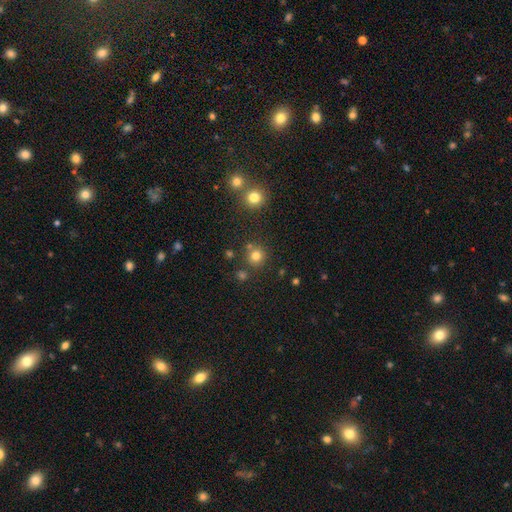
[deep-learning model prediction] The model was most divided on "smooth or featured": smooth: 78%, star or artifact: 16%, featured or disk: 7%. More confident: how rounded — round (92%); merging — none (81%).